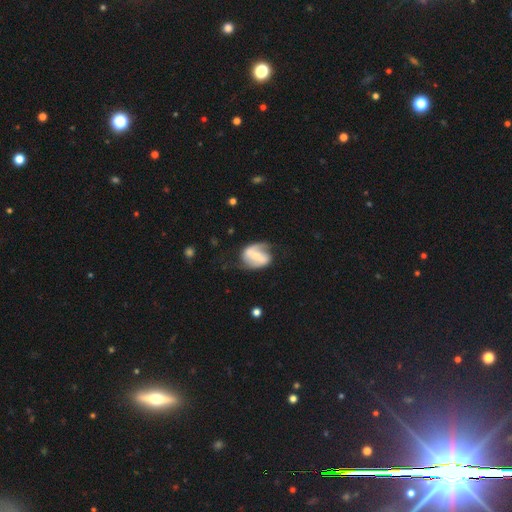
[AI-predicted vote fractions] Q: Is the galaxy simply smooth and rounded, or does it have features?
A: featured or disk — 72%.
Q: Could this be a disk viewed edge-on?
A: no — 96%.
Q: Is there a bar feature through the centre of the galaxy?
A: strong — 48%.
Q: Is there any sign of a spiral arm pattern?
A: yes — 86%.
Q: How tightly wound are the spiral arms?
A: loose — 42%.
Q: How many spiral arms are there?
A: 2 — 79%.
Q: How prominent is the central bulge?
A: small — 50%.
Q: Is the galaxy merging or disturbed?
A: none — 60%.